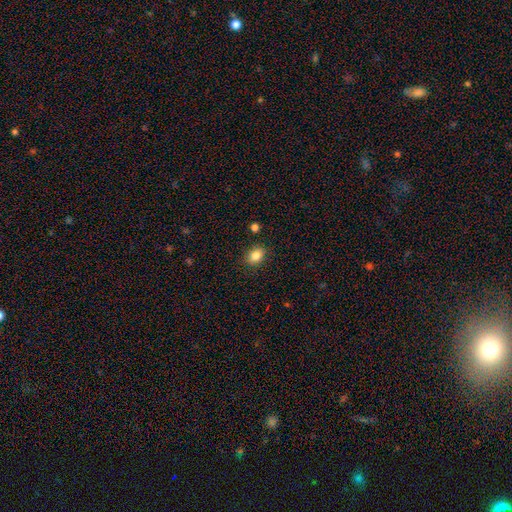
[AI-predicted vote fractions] Smooth or featured?
  - smooth: 85% *
  - star or artifact: 10%
  - featured or disk: 6%
How rounded?
  - in between: 69% *
  - round: 30%
  - cigar-shaped: 1%
Merging?
  - none: 86% *
  - minor disturbance: 9%
  - major disturbance: 2%
  - merger: 2%